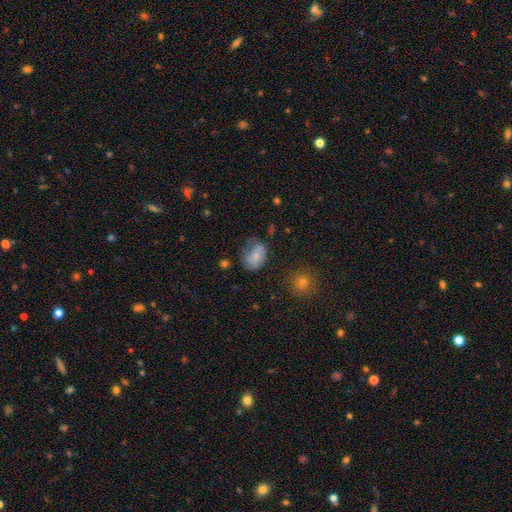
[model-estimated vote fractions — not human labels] This is likely a smooth galaxy (69%). How rounded: likely in between (74%). Merging: marginally none (38%).